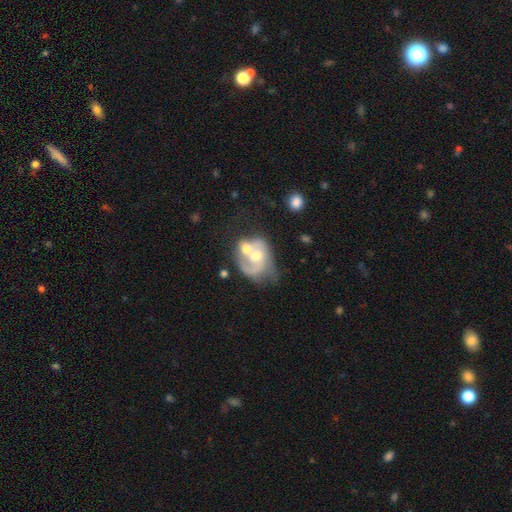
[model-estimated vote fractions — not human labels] Smooth or featured? Predicted: featured or disk (p=0.65). Edge-on disk? Predicted: no (p=0.97). Bar? Predicted: no (p=0.72). Spiral arms? Predicted: yes (p=0.65). Bulge size? Predicted: moderate (p=0.64). Merging? Predicted: merger (p=0.57).